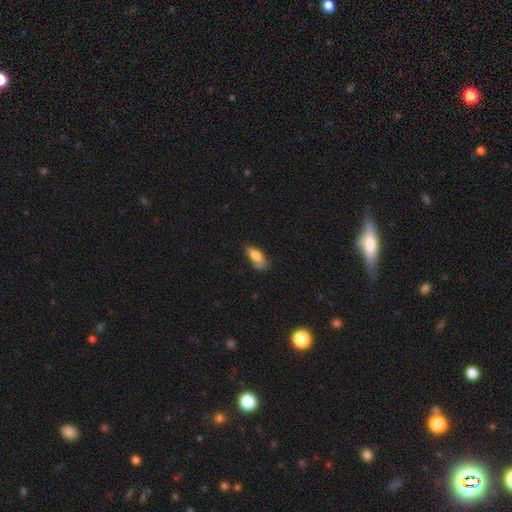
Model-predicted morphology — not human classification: Overall: smooth (74%). How rounded: in between (79%). Merging: none (45%; minor disturbance 36%).